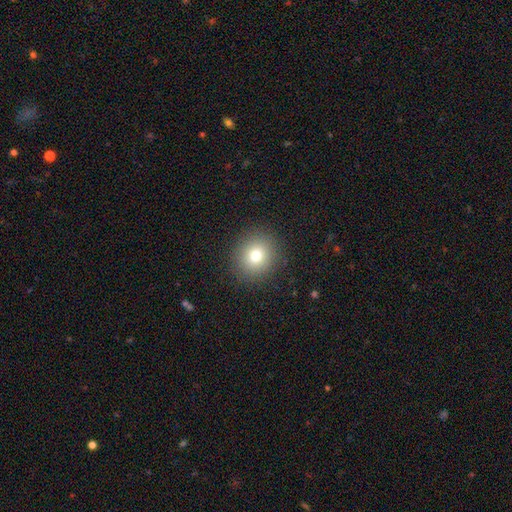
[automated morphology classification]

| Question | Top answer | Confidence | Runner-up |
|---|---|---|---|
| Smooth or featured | smooth | 77% | star or artifact (13%) |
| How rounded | round | 86% | in between (13%) |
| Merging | none | 90% | minor disturbance (6%) |